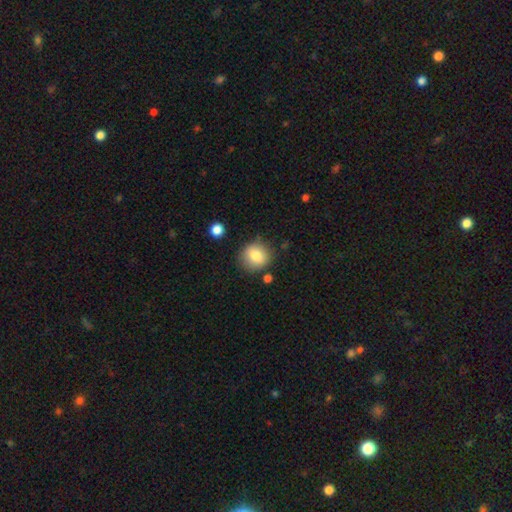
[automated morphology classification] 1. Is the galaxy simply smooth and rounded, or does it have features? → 80% smooth, 12% featured or disk, 9% star or artifact.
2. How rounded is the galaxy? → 85% round, 14% in between, 1% cigar-shaped.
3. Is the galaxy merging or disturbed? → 82% none, 11% minor disturbance, 4% merger, 3% major disturbance.